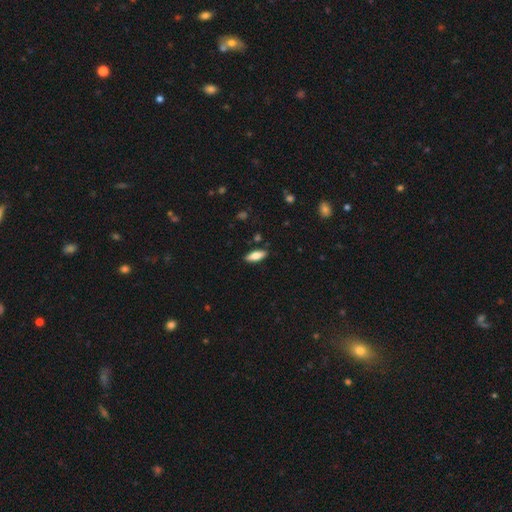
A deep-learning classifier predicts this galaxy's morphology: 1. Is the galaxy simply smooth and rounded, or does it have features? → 73% smooth, 21% featured or disk, 6% star or artifact.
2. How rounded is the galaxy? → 70% in between, 28% cigar-shaped, 2% round.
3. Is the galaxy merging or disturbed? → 87% none, 10% minor disturbance, 2% major disturbance, 2% merger.